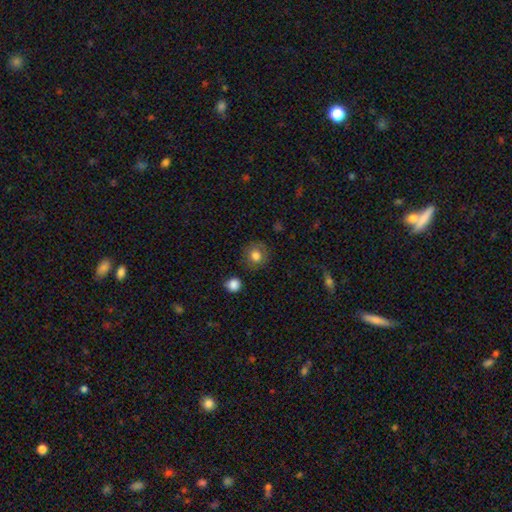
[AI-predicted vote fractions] Smooth or featured? smooth (80%)
How rounded? round (89%)
Merging? none (81%)